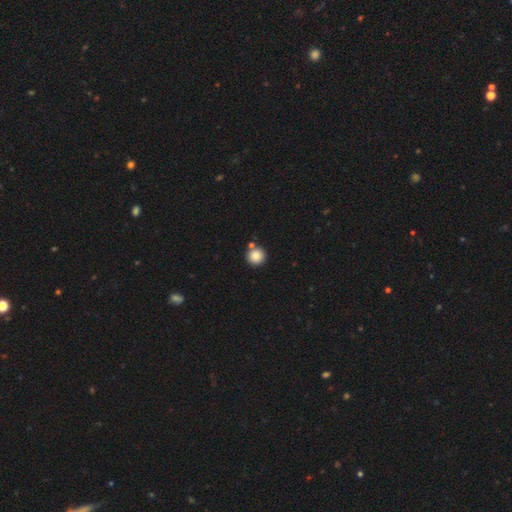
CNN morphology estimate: This is clearly a smooth galaxy (86%). How rounded: clearly round (95%). Merging: likely none (78%).